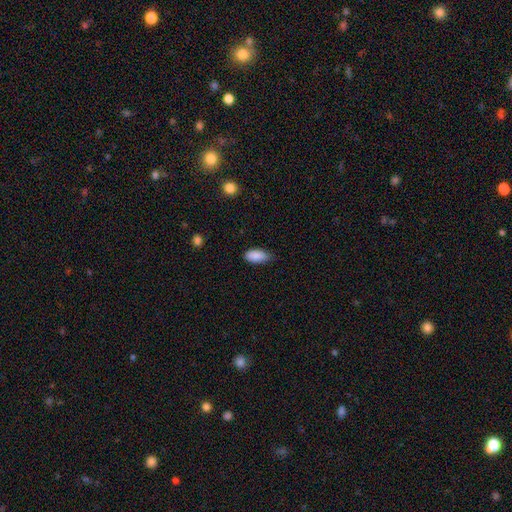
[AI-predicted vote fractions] Smooth or featured? smooth (88%)
How rounded? in between (91%)
Merging? none (66%)